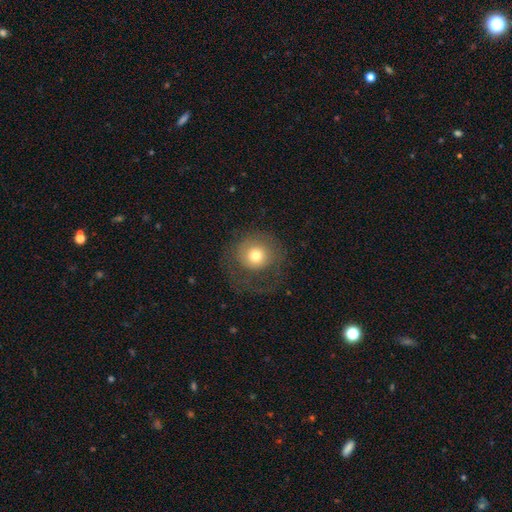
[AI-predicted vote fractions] smooth_or_featured: smooth (p=0.66) [alt: featured or disk p=0.23]
how_rounded: round (p=0.90) [alt: in between p=0.09]
merging: none (p=0.55) [alt: major disturbance p=0.27]